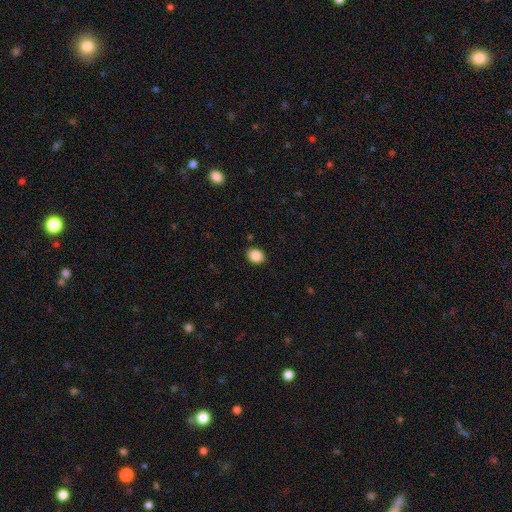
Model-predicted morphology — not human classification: A smooth galaxy with no disk features (87%) that is round (54%). Merging: none (89%).